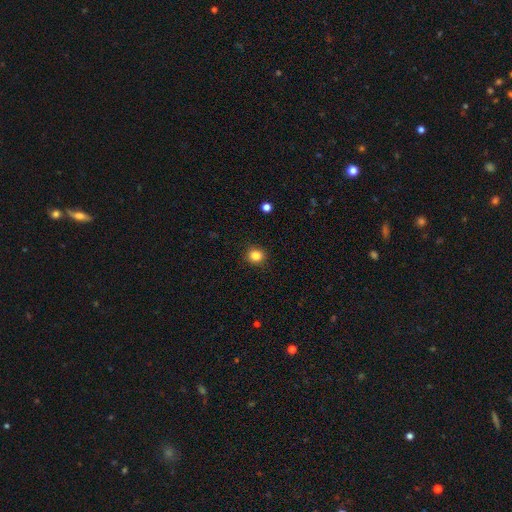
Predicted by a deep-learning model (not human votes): This appears to be a smooth galaxy with no disk features (84%) that is round (87%). Merging: none (90%).